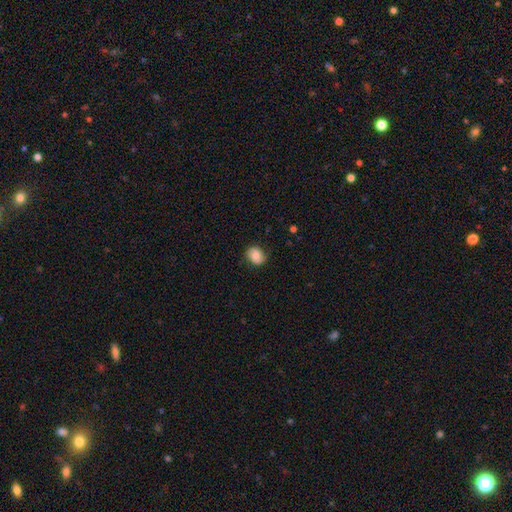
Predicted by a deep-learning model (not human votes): The model was most divided on "how rounded": in between: 51%, round: 48%, cigar-shaped: 1%. More confident: merging — none (81%); smooth or featured — smooth (80%).